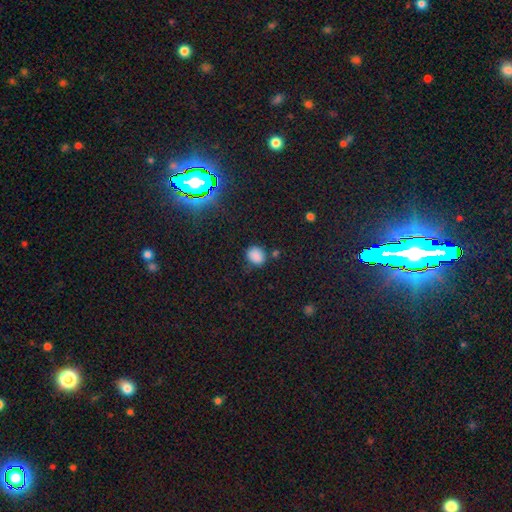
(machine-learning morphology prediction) Smooth or featured? Predicted: smooth (p=0.83). How rounded? Predicted: round (p=0.63). Merging? Predicted: none (p=0.74).